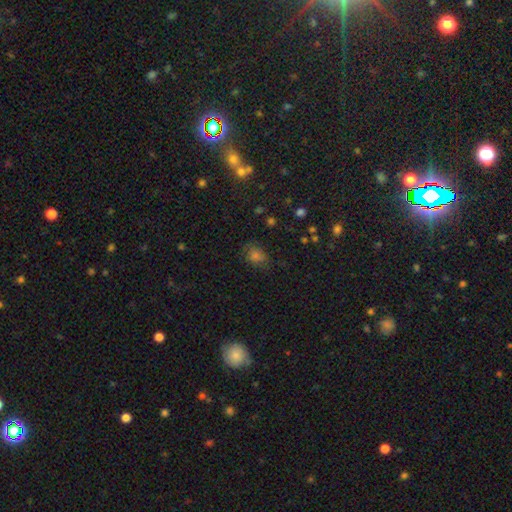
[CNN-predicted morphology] smooth-or-featured: smooth: 61% | star or artifact: 28% | featured or disk: 12%
  how-rounded: in between: 59% | round: 39% | cigar-shaped: 2%
  merging: none: 70% | minor disturbance: 20% | major disturbance: 7% | merger: 3%